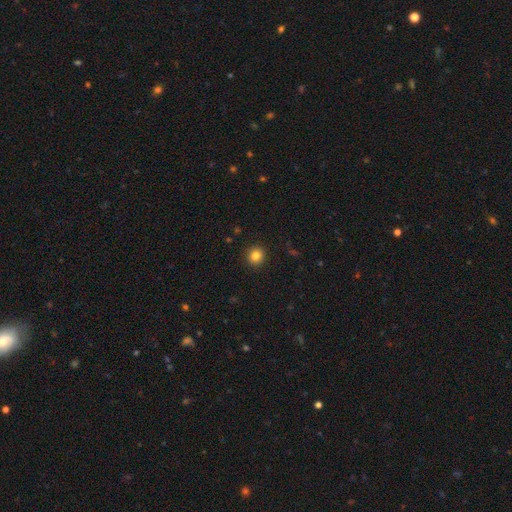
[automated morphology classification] A smooth galaxy with no disk features (83%) that is round (91%).

Vote fractions:
- Smooth or featured? smooth: 83% / star or artifact: 11% / featured or disk: 5%
- How rounded? round: 91% / in between: 8% / cigar-shaped: 1%
- Merging? none: 92% / minor disturbance: 5% / major disturbance: 2% / merger: 1%